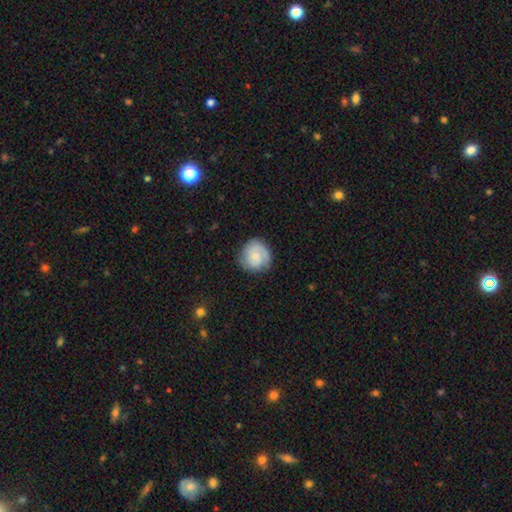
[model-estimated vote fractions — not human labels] This is possibly a smooth galaxy (47%). Merging: likely none (77%).